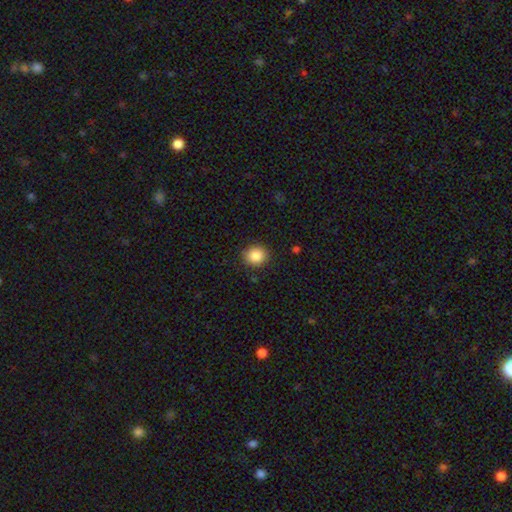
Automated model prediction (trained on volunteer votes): This is clearly a smooth galaxy (86%). How rounded: clearly round (81%). Merging: clearly none (89%).